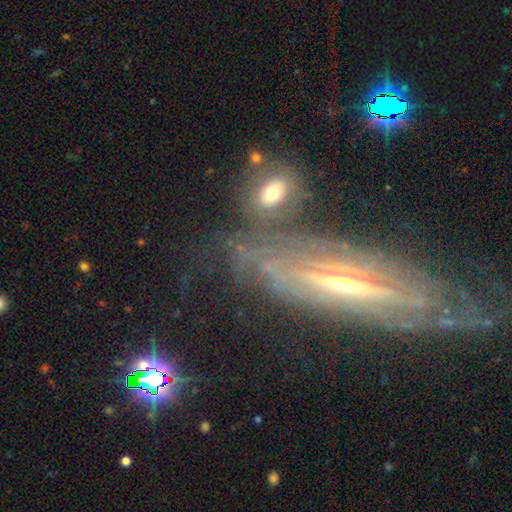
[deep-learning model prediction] The model was most divided on "edge-on disk": yes: 61%, no: 39%. More confident: merging — none (62%); smooth or featured — featured or disk (61%).